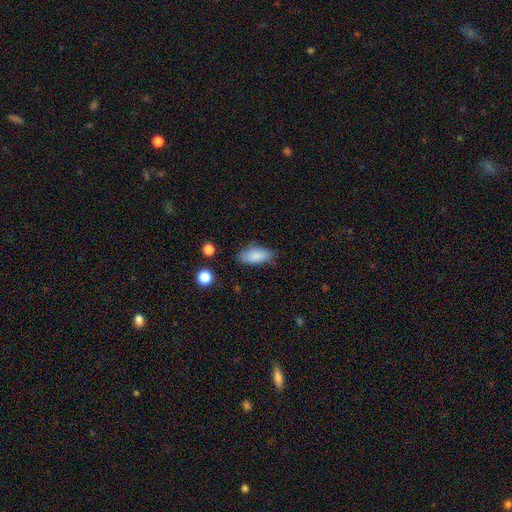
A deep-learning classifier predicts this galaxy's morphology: This is clearly a smooth galaxy (86%). How rounded: clearly in between (85%). Merging: likely none (76%).